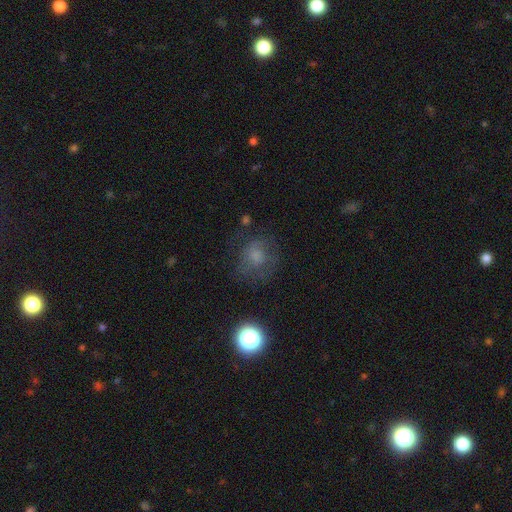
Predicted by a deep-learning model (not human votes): Smooth or featured? Predicted: smooth (p=0.61). How rounded? Predicted: round (p=0.78). Merging? Predicted: none (p=0.62).